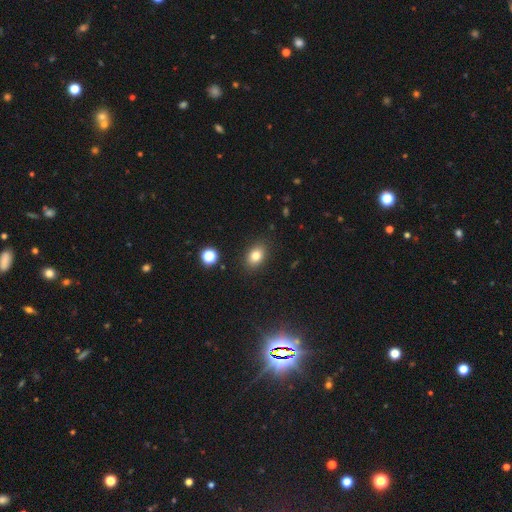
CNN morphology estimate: This appears to be a smooth galaxy with no disk features (81%) that is in between round and cigar-shaped (74%). Merging: none (87%).